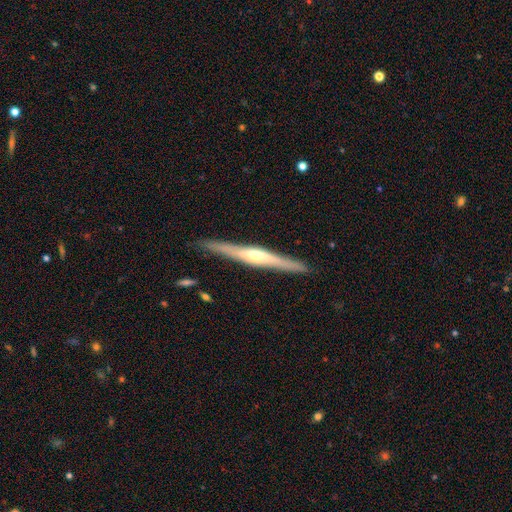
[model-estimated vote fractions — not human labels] Smooth or featured: featured or disk — 76% (smooth — 18%)
Edge-on disk: yes — 98% (no — 2%)
Edge-on bulge: rounded — 77% (none — 12%)
Merging: none — 90% (minor disturbance — 7%)